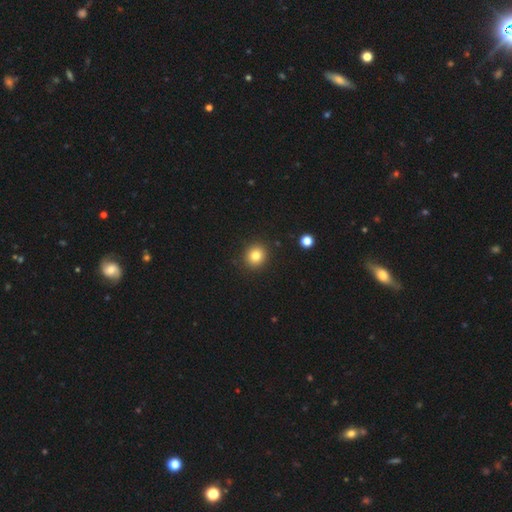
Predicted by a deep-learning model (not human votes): This appears to be a smooth galaxy with no disk features (82%) that is round (86%). Merging: none (91%).